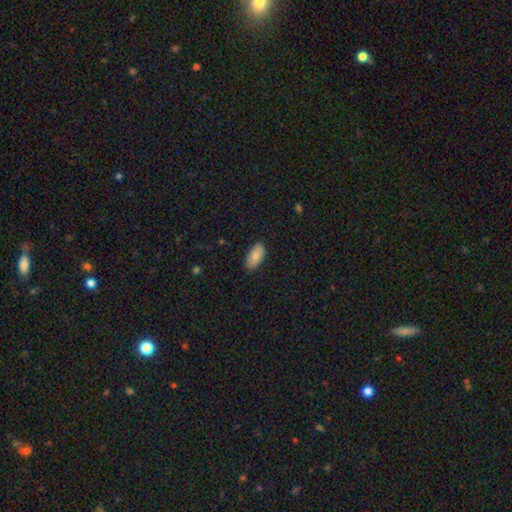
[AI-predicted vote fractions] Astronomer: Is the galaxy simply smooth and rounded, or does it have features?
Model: smooth — 84%.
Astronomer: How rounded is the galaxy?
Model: in between — 93%.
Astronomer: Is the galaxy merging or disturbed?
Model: none — 88%.